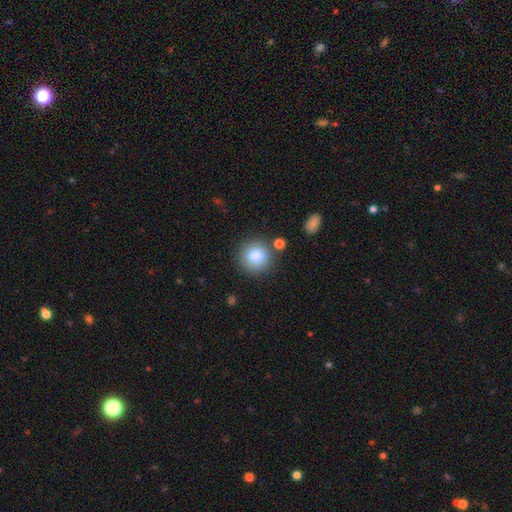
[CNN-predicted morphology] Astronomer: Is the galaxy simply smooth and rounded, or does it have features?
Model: smooth — 84%.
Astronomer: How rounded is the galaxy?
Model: round — 91%.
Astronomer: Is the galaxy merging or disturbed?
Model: none — 81%.